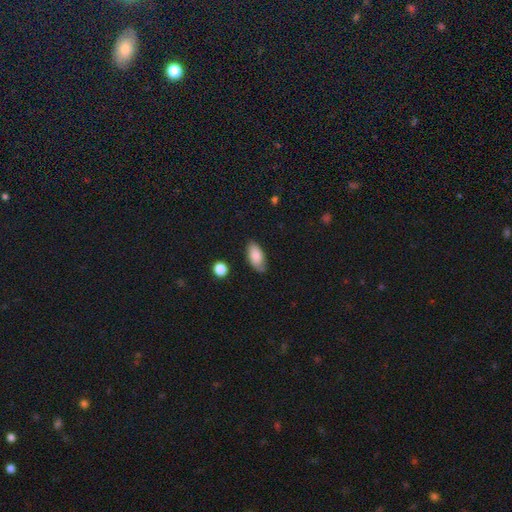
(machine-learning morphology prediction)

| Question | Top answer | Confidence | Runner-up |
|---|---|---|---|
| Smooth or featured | smooth | 82% | featured or disk (11%) |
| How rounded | in between | 91% | cigar-shaped (6%) |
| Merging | none | 72% | minor disturbance (21%) |